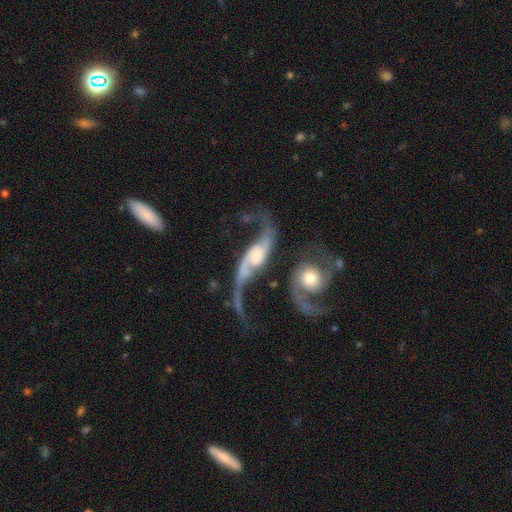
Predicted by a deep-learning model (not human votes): This is clearly a featured or disk galaxy (88%). It is clearly not viewed edge-on (91%). Bar: possibly no (49%). Spiral arm pattern: clearly yes (95%). Spiral arm count: clearly 2 (92%). Spiral winding: likely loose (80%). Central bulge: possibly moderate (45%). Merging: marginally merger (39%).